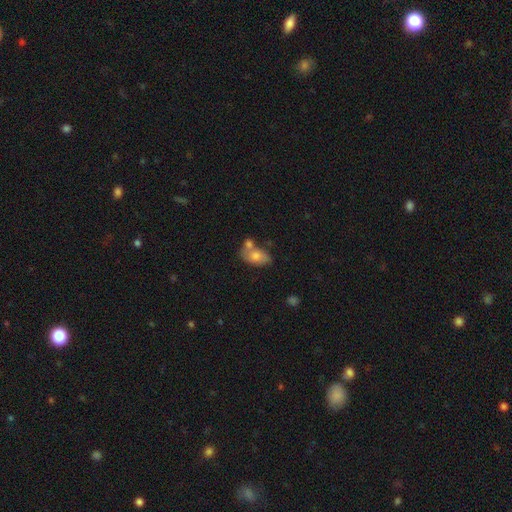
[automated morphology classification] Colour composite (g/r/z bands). It shows a smooth galaxy with no disk features (72%) that is in between round and cigar-shaped (87%). Merging: none (39%).